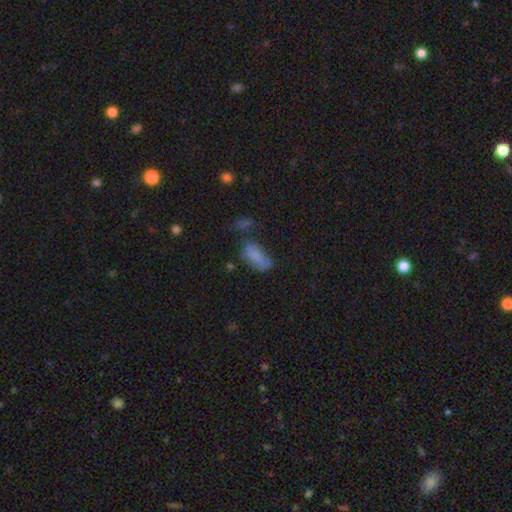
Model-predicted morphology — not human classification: This is likely a smooth galaxy (75%). How rounded: clearly in between (84%). Merging: marginally none (44%).